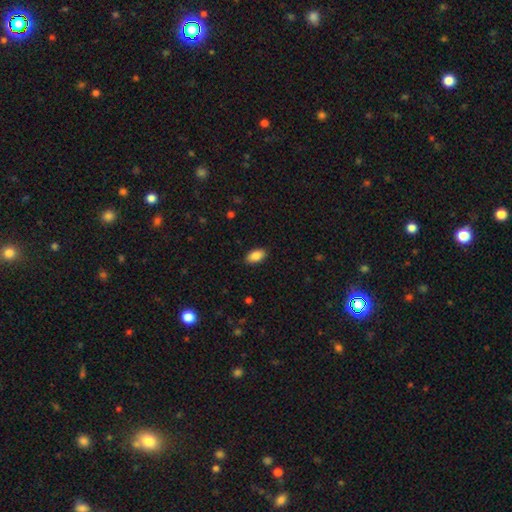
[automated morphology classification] Smooth or featured?
  - smooth: 87% *
  - star or artifact: 7%
  - featured or disk: 6%
How rounded?
  - in between: 93% *
  - round: 4%
  - cigar-shaped: 3%
Merging?
  - none: 89% *
  - minor disturbance: 8%
  - major disturbance: 2%
  - merger: 1%